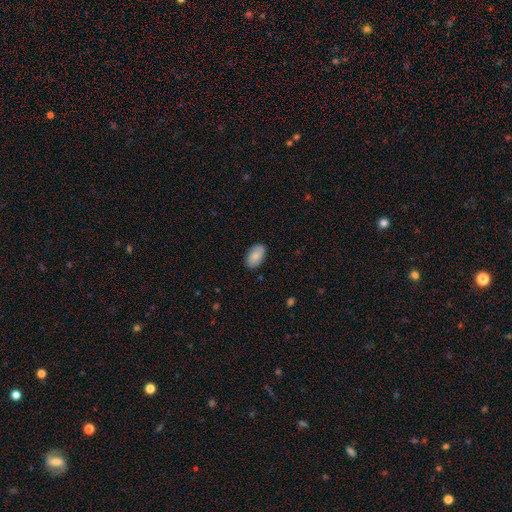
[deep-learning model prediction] smooth-or-featured: smooth: 80% | featured or disk: 14% | star or artifact: 7%
  how-rounded: in between: 93% | round: 5% | cigar-shaped: 2%
  merging: none: 85% | minor disturbance: 12% | major disturbance: 2% | merger: 1%